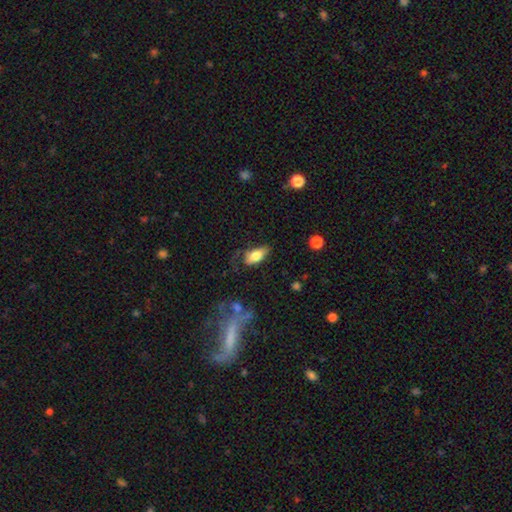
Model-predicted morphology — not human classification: Overall: smooth (73%). How rounded: in between (86%). Merging: none (51%; minor disturbance 29%).